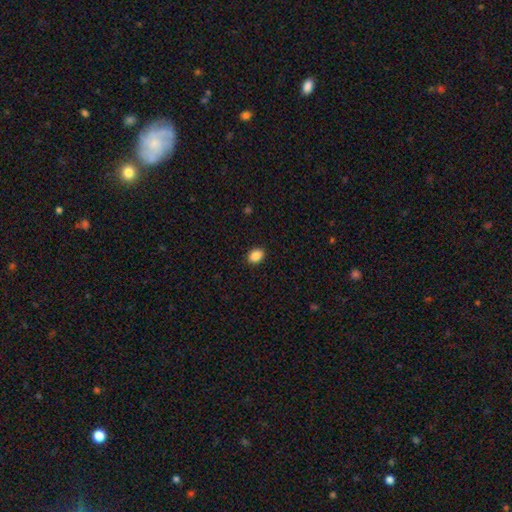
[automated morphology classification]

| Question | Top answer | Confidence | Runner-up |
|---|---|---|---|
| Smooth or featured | smooth | 89% | star or artifact (8%) |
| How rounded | in between | 70% | round (29%) |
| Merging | none | 89% | minor disturbance (8%) |